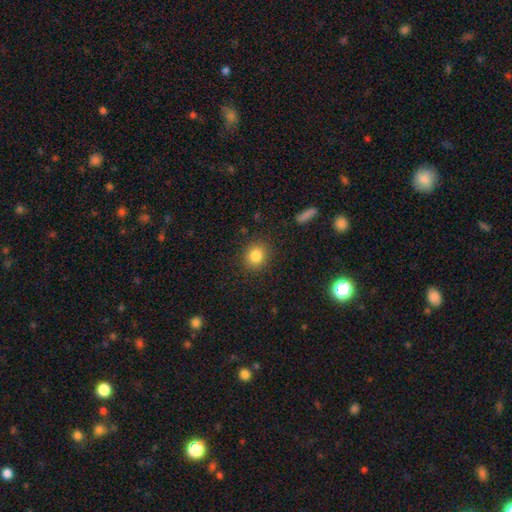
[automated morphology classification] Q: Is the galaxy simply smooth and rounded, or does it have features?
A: smooth — 84%.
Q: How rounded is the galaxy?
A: round — 74%.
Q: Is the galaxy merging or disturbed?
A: none — 88%.